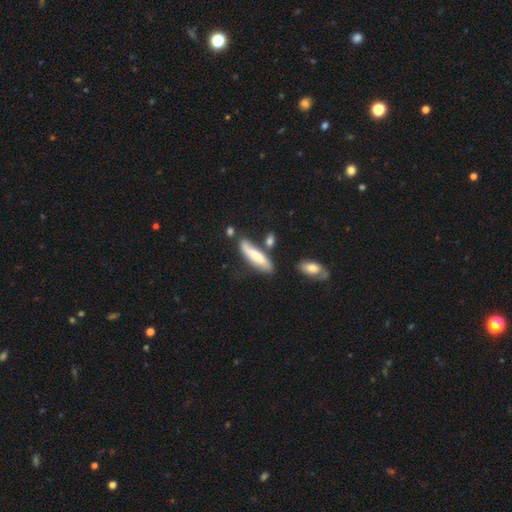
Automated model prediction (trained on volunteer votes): This appears to be a smooth galaxy with no disk features (55%) that is cigar-shaped (61%). Merging: none (61%).